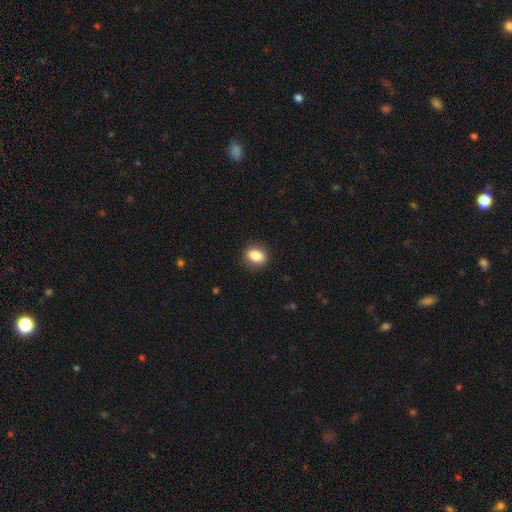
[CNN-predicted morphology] smooth_or_featured: smooth (p=0.86) [alt: star or artifact p=0.09]
how_rounded: in between (p=0.61) [alt: round p=0.38]
merging: none (p=0.89) [alt: minor disturbance p=0.08]